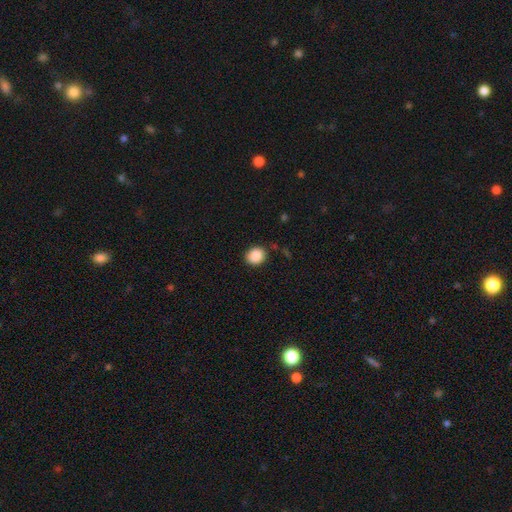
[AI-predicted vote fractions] This is clearly a smooth galaxy (88%). How rounded: likely round (75%). Merging: clearly none (85%).